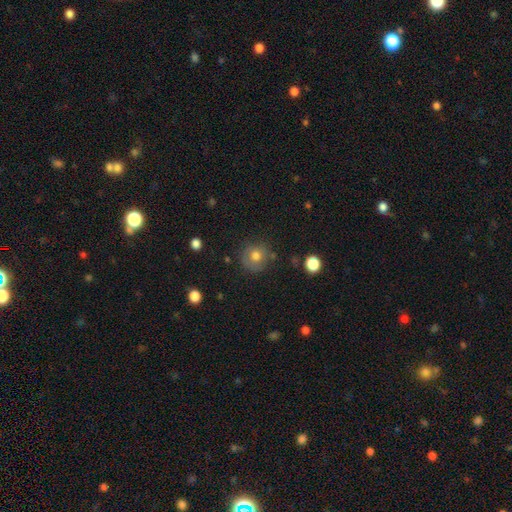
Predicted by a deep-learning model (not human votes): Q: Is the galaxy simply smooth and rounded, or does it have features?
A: smooth — 73%.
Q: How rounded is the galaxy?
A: round — 89%.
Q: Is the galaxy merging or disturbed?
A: none — 77%.